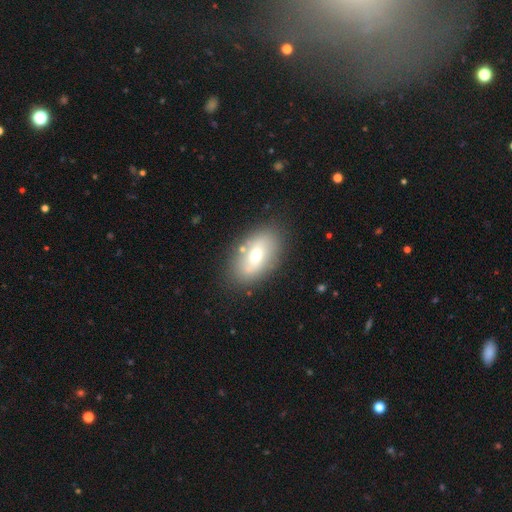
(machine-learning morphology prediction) Smooth or featured? Predicted: smooth (p=0.59). How rounded? Predicted: in between (p=0.89). Merging? Predicted: none (p=0.80).